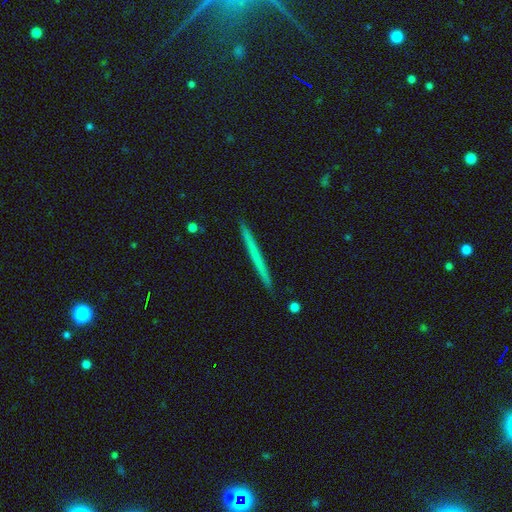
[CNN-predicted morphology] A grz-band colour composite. It shows a smooth galaxy with no disk features (50%) that is cigar-shaped (97%). Merging: none (92%).